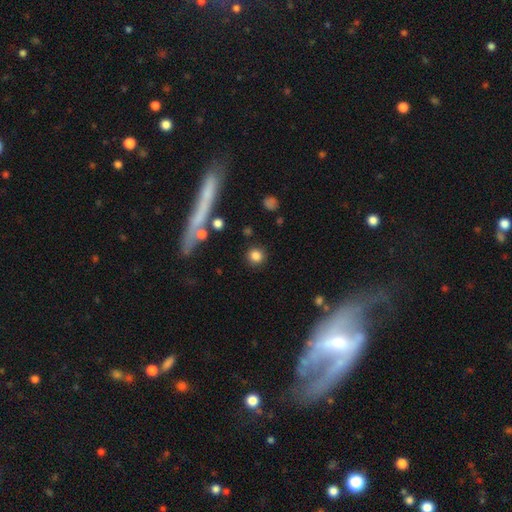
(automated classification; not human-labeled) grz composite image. It shows a smooth galaxy with no disk features (82%) that is round (90%). Merging: none (86%).